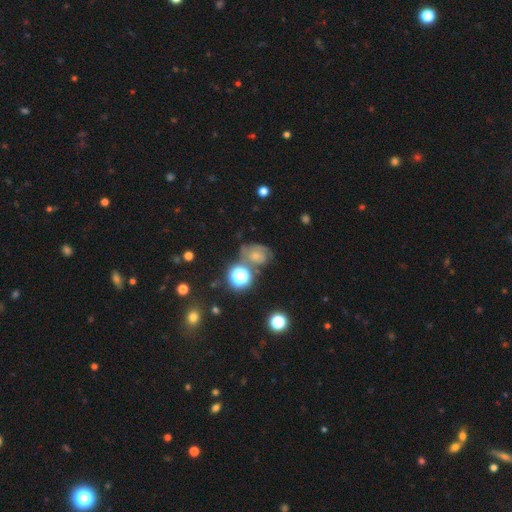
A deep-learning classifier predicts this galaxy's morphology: Overall: featured or disk (42%; smooth 36%). Merging: none (50%; minor disturbance 23%).